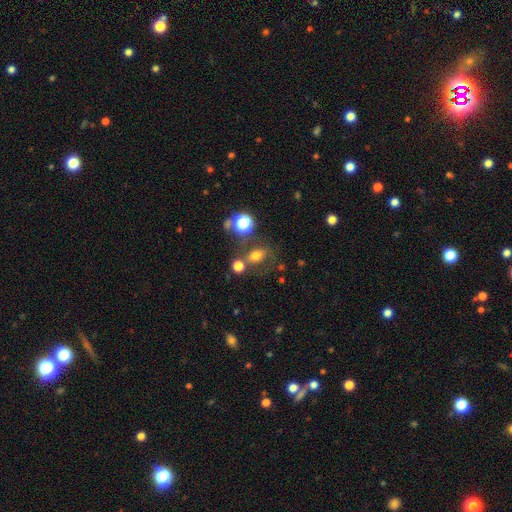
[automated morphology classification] The model was most divided on "how rounded": in between: 58%, round: 40%, cigar-shaped: 2%. More confident: smooth or featured — smooth (63%); merging — none (56%).